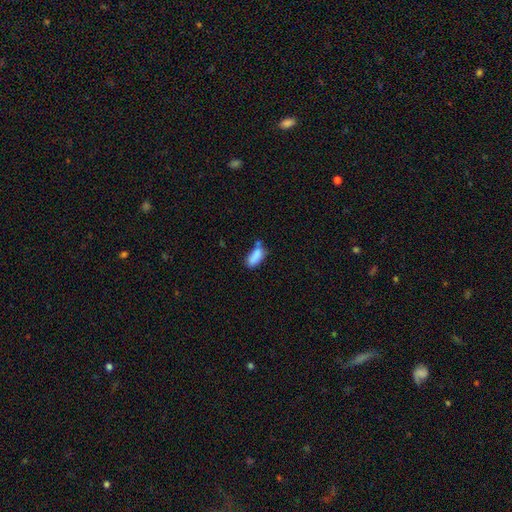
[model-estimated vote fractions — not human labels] Smooth or featured?
  - smooth: 85% *
  - star or artifact: 9%
  - featured or disk: 7%
How rounded?
  - in between: 83% *
  - cigar-shaped: 15%
  - round: 3%
Merging?
  - none: 46% *
  - minor disturbance: 29%
  - merger: 16%
  - major disturbance: 9%